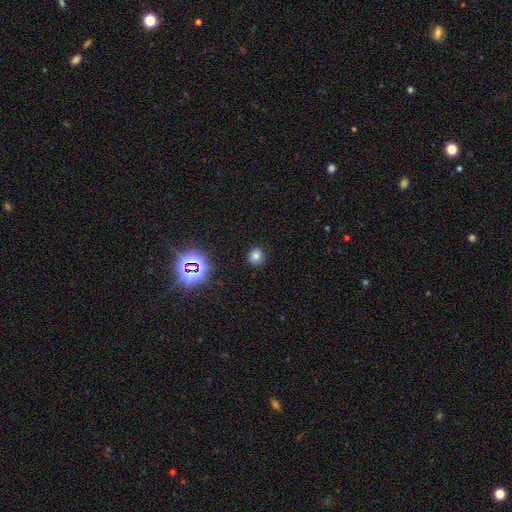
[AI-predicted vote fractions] Smooth or featured? smooth (73%)
How rounded? round (81%)
Merging? none (88%)